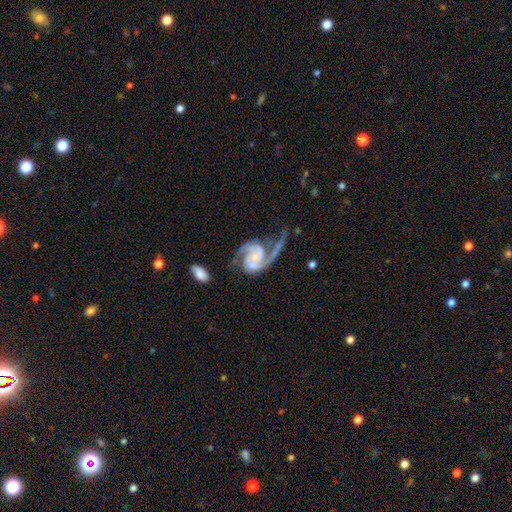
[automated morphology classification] Overall: featured or disk (92%). Edge-on disk: no (98%). Bar: no (60%; weak 29%). Spiral arms: yes (98%). Spiral arm count: 2 (89%). Spiral winding: medium (52%; loose 29%). Bulge size: small (49%; none 28%). Merging: none (45%; major disturbance 27%).